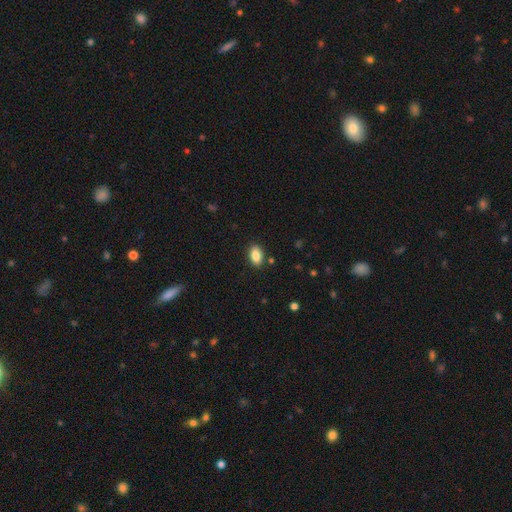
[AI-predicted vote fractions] This is clearly a smooth galaxy (85%). How rounded: clearly in between (89%). Merging: clearly none (87%).